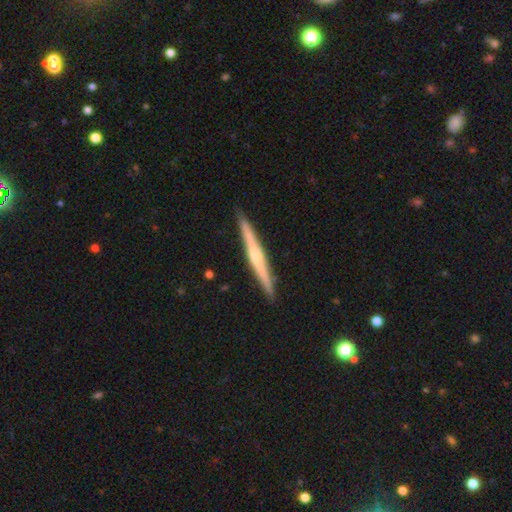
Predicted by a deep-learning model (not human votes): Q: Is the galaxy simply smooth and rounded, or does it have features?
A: featured or disk — 66%.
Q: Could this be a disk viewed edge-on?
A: yes — 98%.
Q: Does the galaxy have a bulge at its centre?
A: rounded — 58%.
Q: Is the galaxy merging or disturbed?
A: none — 92%.